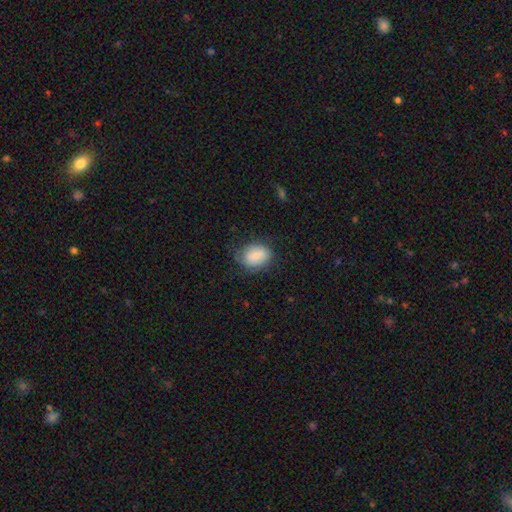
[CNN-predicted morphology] A smooth galaxy with no disk features (81%) that is in between round and cigar-shaped (61%).

Vote fractions:
- Smooth or featured? smooth: 81% / featured or disk: 12% / star or artifact: 7%
- How rounded? in between: 61% / round: 38% / cigar-shaped: 1%
- Merging? none: 60% / minor disturbance: 27% / major disturbance: 12% / merger: 1%